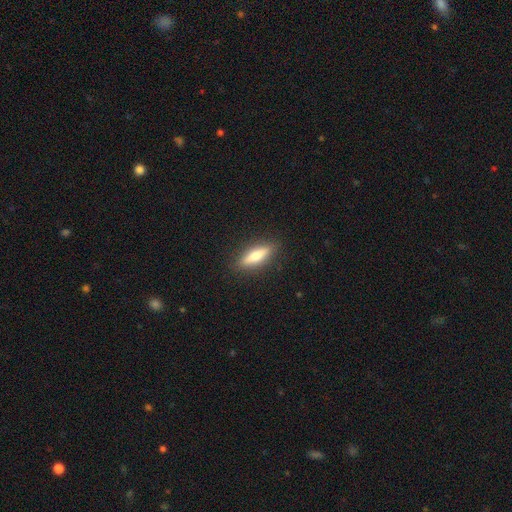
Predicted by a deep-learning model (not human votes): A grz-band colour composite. It shows a smooth galaxy with no disk features (64%) that is cigar-shaped (63%). Merging: none (89%).